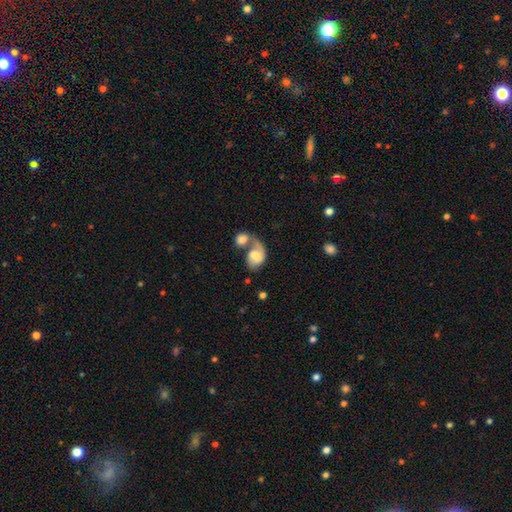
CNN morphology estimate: Smooth or featured: featured or disk — 49% (smooth — 43%)
Merging: merger — 63% (none — 17%)